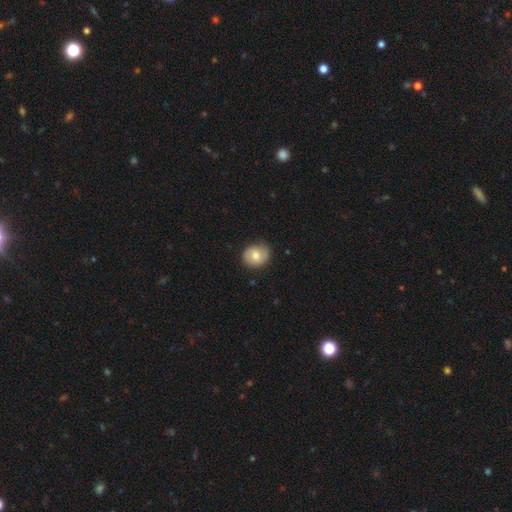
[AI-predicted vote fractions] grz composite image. It shows a smooth galaxy with no disk features (55%) that is round (71%). Merging: none (79%).